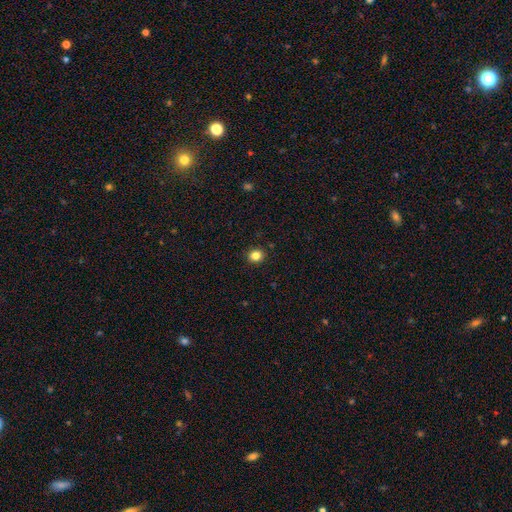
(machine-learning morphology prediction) This appears to be a smooth galaxy with no disk features (83%) that is round (82%). Merging: none (92%).